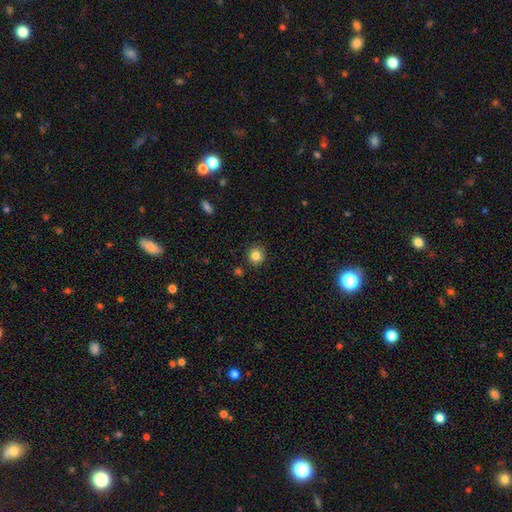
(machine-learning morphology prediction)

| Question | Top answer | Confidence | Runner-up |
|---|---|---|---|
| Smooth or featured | smooth | 84% | star or artifact (11%) |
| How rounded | round | 90% | in between (9%) |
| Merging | none | 88% | minor disturbance (8%) |